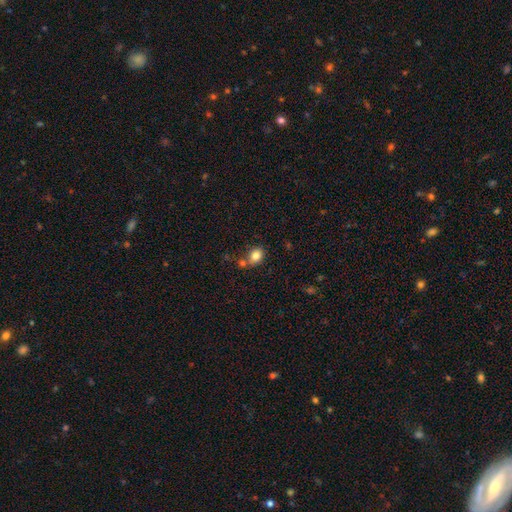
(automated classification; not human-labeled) smooth 83%, star or artifact 10%, featured or disk 8%. Down the decision tree: how rounded — in between (56%); merging — none (59%).